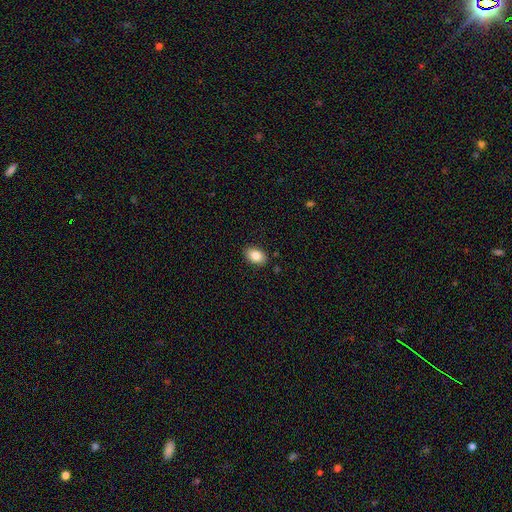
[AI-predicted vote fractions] smooth-or-featured: smooth: 85% | star or artifact: 8% | featured or disk: 7%
  how-rounded: in between: 85% | round: 14% | cigar-shaped: 1%
  merging: none: 88% | minor disturbance: 9% | major disturbance: 2% | merger: 1%